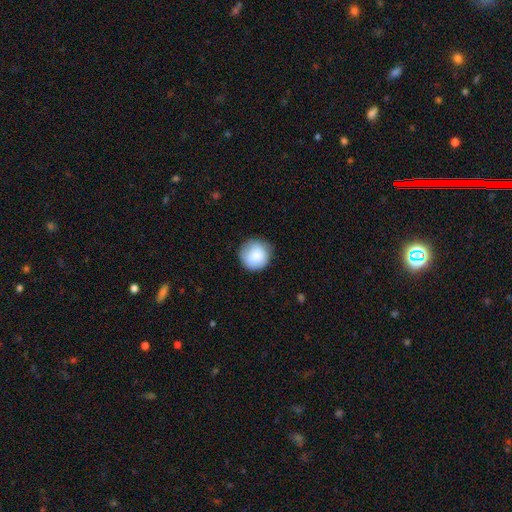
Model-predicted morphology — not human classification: smooth 87%, star or artifact 7%, featured or disk 5%. Down the decision tree: how rounded — round (94%); merging — none (82%).